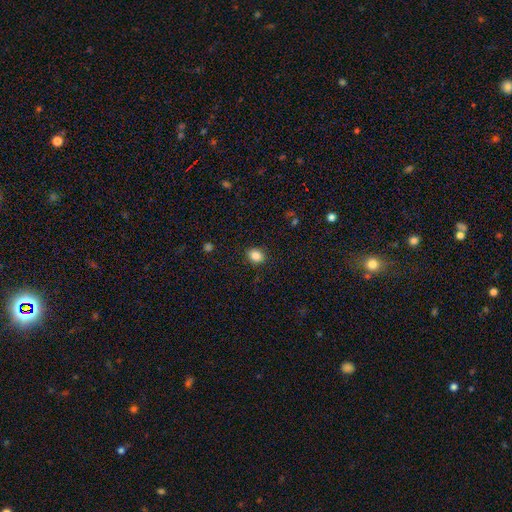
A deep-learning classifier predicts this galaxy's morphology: Overall: smooth (86%). How rounded: in between (52%; round 47%). Merging: none (88%).